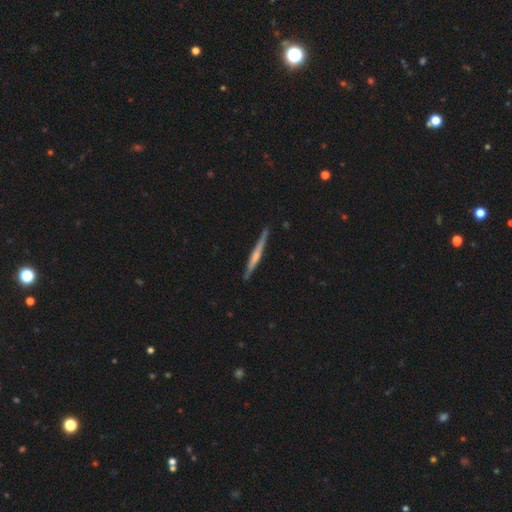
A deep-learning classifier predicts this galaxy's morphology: Smooth or featured? featured or disk (61%)
Edge-on disk? yes (98%)
Edge-on bulge? none (42%)
Merging? none (89%)